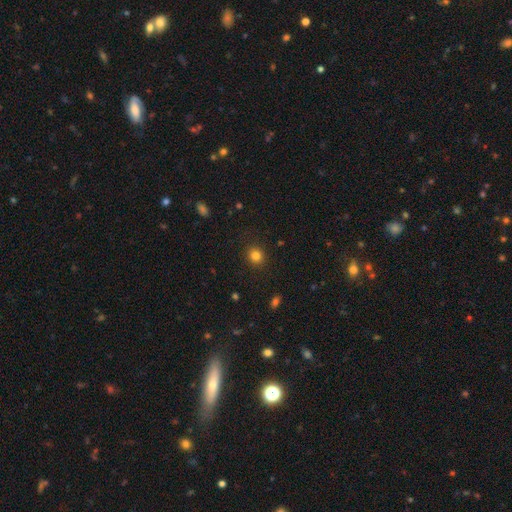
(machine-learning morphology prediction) Smooth or featured: smooth — 82% (star or artifact — 13%)
How rounded: round — 88% (in between — 12%)
Merging: none — 90% (minor disturbance — 7%)